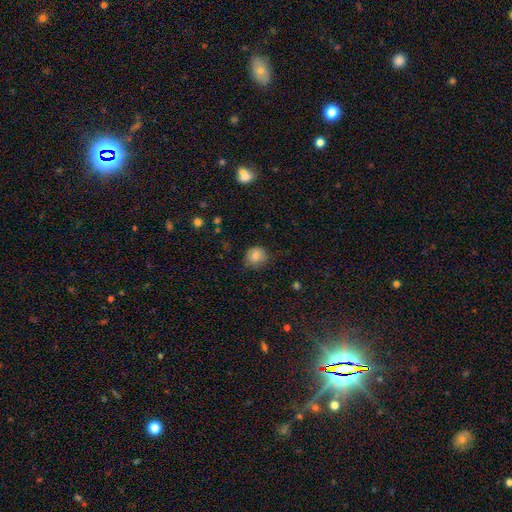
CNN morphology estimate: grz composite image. It shows a smooth galaxy with no disk features (81%) that is round (83%). Merging: none (75%).